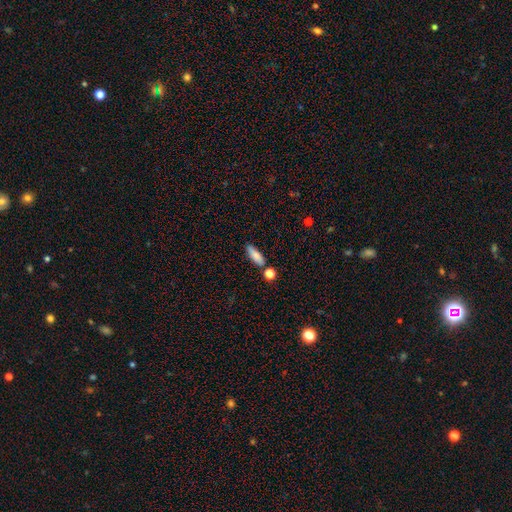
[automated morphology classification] Q: Smooth or featured?
A: smooth (84%); runner-up: featured or disk (9%)
Q: How rounded?
A: in between (57%); runner-up: cigar-shaped (40%)
Q: Merging?
A: none (73%); runner-up: minor disturbance (13%)